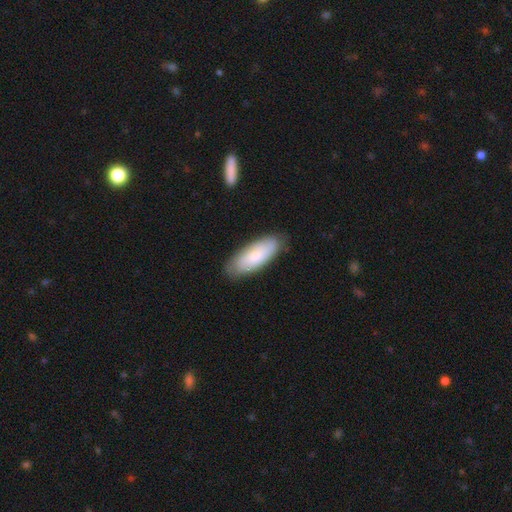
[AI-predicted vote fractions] Smooth or featured: smooth — 76% (featured or disk — 19%)
How rounded: in between — 75% (cigar-shaped — 23%)
Merging: none — 82% (minor disturbance — 14%)